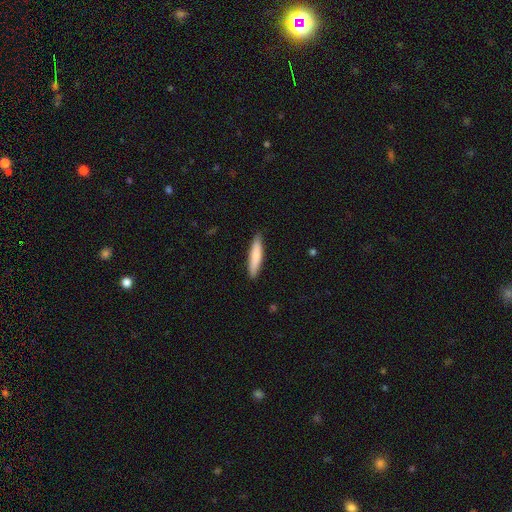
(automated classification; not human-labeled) A smooth galaxy with no disk features (79%) that is cigar-shaped (85%).

Vote fractions:
- Smooth or featured? smooth: 79% / featured or disk: 16% / star or artifact: 5%
- How rounded? cigar-shaped: 85% / in between: 14% / round: 1%
- Merging? none: 86% / minor disturbance: 11% / major disturbance: 2% / merger: 1%